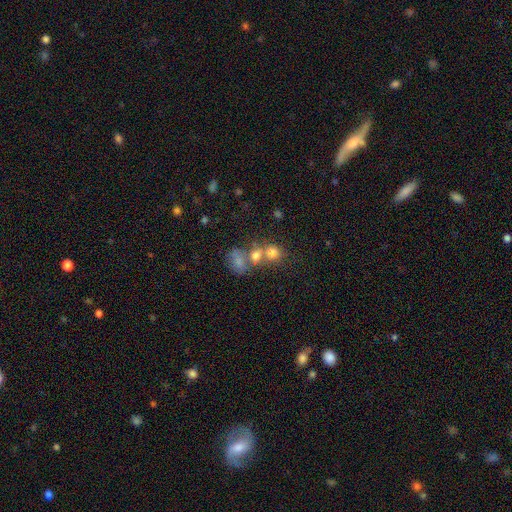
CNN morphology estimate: smooth_or_featured: smooth (p=0.71) [alt: featured or disk p=0.15]
how_rounded: round (p=0.65) [alt: in between p=0.33]
merging: merger (p=0.52) [alt: none p=0.34]